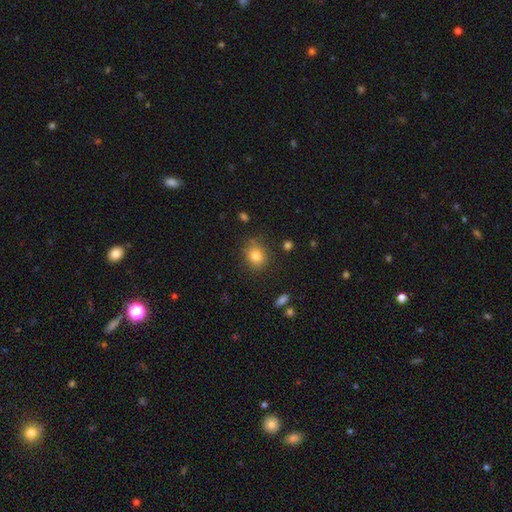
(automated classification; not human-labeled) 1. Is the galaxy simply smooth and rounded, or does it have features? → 82% smooth, 11% star or artifact, 8% featured or disk.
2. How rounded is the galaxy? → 71% round, 28% in between, 1% cigar-shaped.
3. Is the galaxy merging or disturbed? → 81% none, 13% minor disturbance, 4% major disturbance, 2% merger.